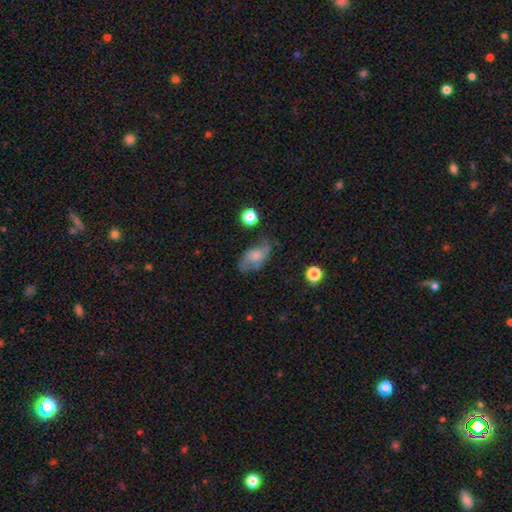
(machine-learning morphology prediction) A featured or disk galaxy (51%).

Vote fractions:
- Smooth or featured? featured or disk: 51% / smooth: 40% / star or artifact: 10%
- Edge-on disk? no: 92% / yes: 8%
- Merging? none: 56% / minor disturbance: 26% / major disturbance: 15% / merger: 3%